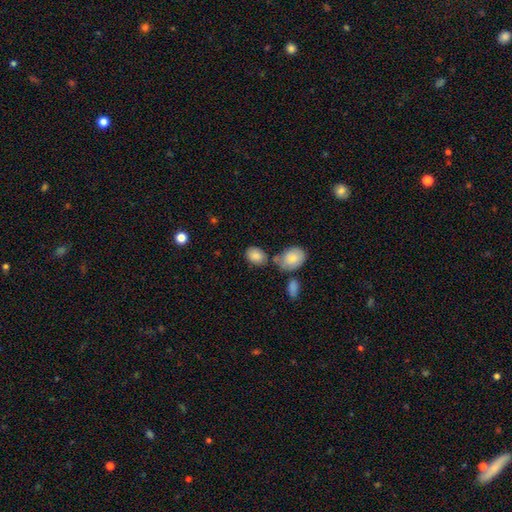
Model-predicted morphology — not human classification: smooth-or-featured: smooth: 84% | featured or disk: 9% | star or artifact: 7%
  how-rounded: in between: 71% | round: 28% | cigar-shaped: 1%
  merging: none: 53% | merger: 24% | minor disturbance: 17% | major disturbance: 6%